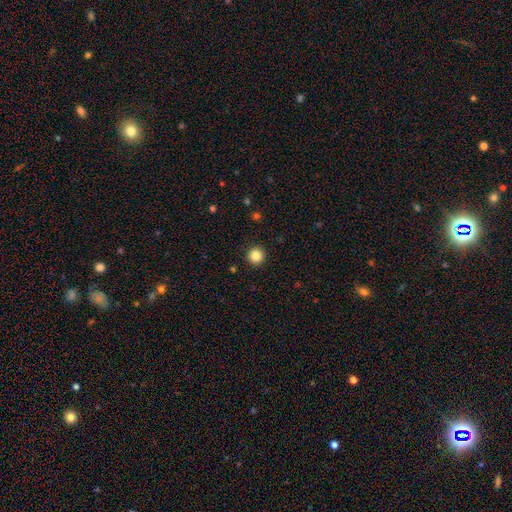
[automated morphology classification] A smooth galaxy with no disk features (85%) that is round (96%). Merging: none (93%).